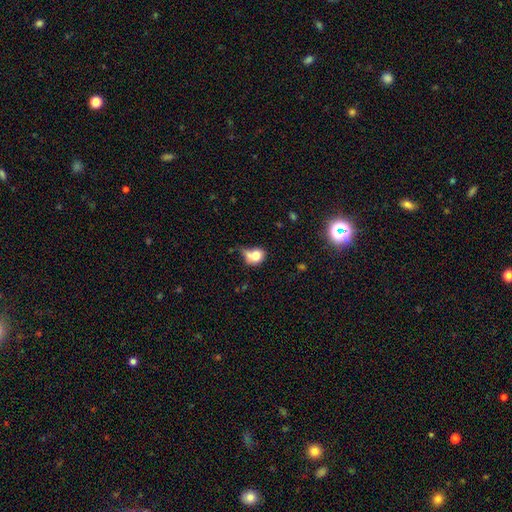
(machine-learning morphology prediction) This appears to be a smooth galaxy with no disk features (73%) that is round (53%). Merging: none (31%).